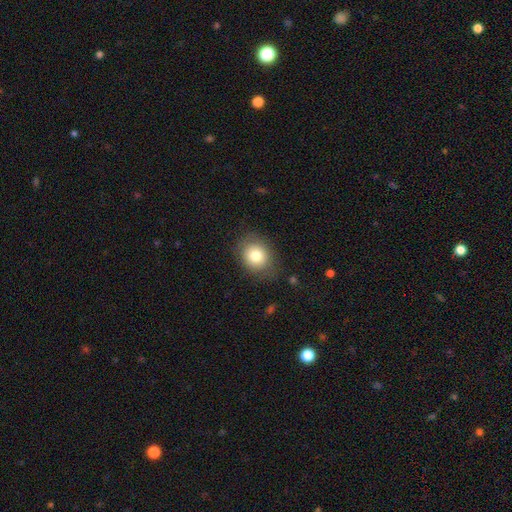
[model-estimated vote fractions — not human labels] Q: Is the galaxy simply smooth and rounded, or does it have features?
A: smooth — 79%.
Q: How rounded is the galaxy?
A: round — 62%.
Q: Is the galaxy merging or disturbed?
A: none — 78%.